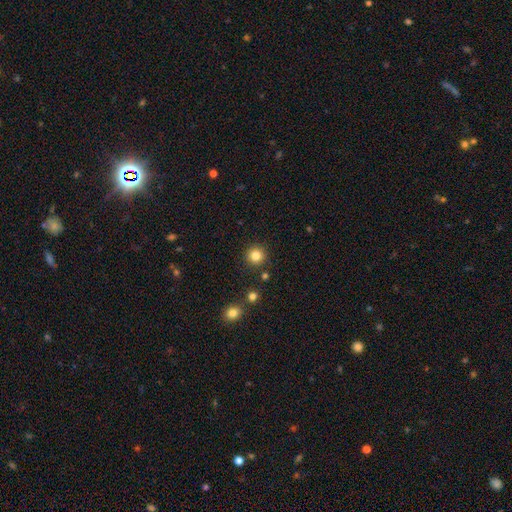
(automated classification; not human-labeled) Smooth or featured: smooth — 83% (star or artifact — 12%)
How rounded: round — 95% (in between — 4%)
Merging: none — 90% (minor disturbance — 5%)